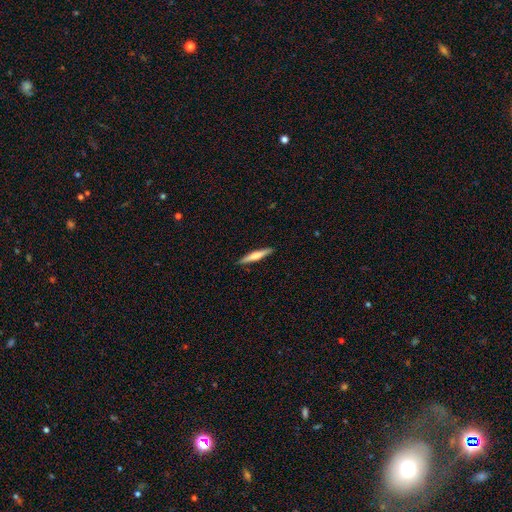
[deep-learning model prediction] This appears to be a smooth galaxy with no disk features (52%) that is cigar-shaped (92%). Merging: none (91%).